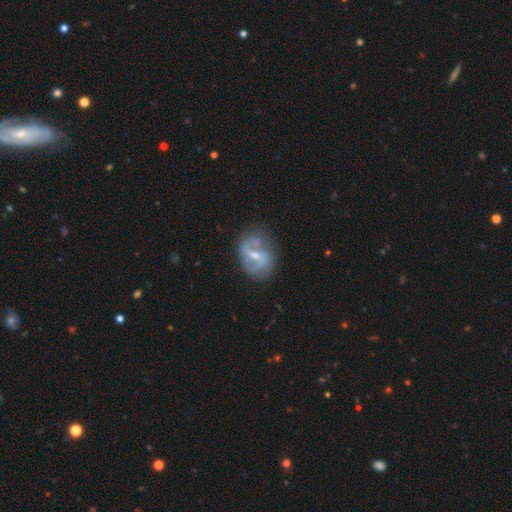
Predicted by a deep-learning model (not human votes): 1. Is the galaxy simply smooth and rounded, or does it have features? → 76% featured or disk, 17% smooth, 7% star or artifact.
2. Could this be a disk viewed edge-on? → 97% no, 3% yes.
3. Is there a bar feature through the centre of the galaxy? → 52% weak, 26% strong, 21% no.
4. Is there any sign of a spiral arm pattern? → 82% yes, 18% no.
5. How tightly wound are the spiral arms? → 45% loose, 41% medium, 15% tight.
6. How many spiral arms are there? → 77% 2, 12% can't tell, 6% 1, 3% 3, 1% 4, 1% more than 4.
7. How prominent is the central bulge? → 49% small, 43% moderate, 5% none, 2% large, 1% dominant.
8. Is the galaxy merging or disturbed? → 59% none, 24% minor disturbance, 13% major disturbance, 5% merger.